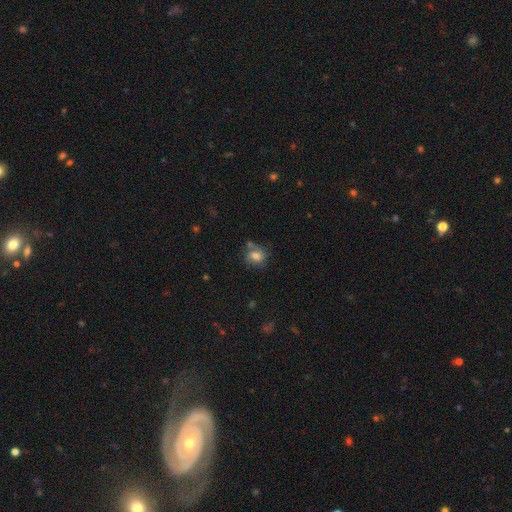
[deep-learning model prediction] smooth_or_featured: smooth (p=0.62) [alt: featured or disk p=0.26]
how_rounded: round (p=0.56) [alt: in between p=0.43]
merging: none (p=0.55) [alt: minor disturbance p=0.23]